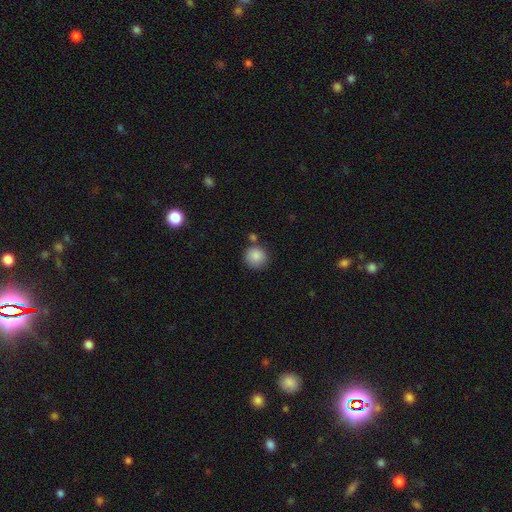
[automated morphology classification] smooth 87%, star or artifact 9%, featured or disk 4%. Down the decision tree: how rounded — round (93%); merging — none (77%).